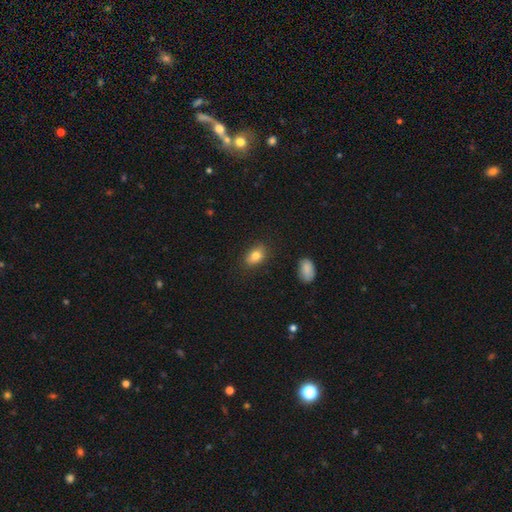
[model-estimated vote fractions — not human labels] Smooth or featured? smooth (81%)
How rounded? in between (83%)
Merging? none (83%)